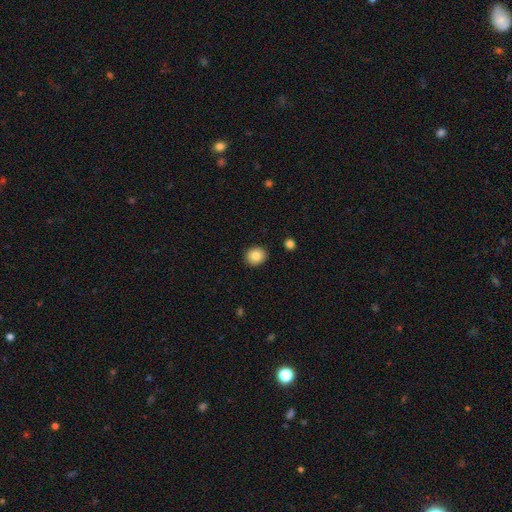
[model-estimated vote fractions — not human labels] Q: Smooth or featured?
A: smooth (86%); runner-up: star or artifact (9%)
Q: How rounded?
A: round (74%); runner-up: in between (25%)
Q: Merging?
A: none (90%); runner-up: minor disturbance (7%)